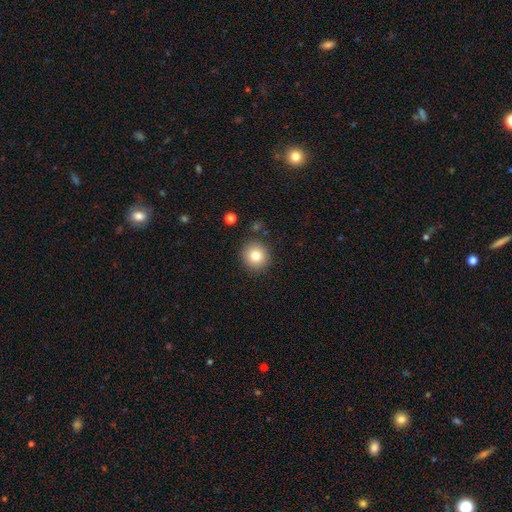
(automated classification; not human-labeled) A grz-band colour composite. It shows a smooth galaxy with no disk features (81%) that is round (92%). Merging: none (88%).